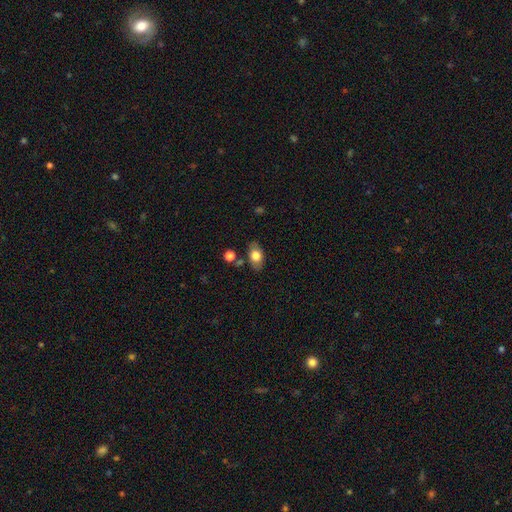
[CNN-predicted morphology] A smooth galaxy with no disk features (75%) that is in between round and cigar-shaped (87%). Merging: none (77%).